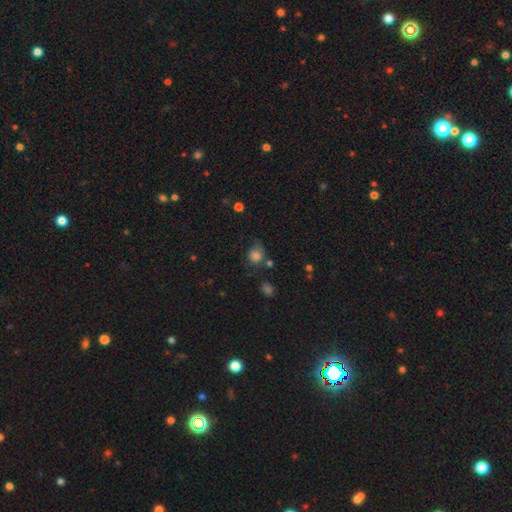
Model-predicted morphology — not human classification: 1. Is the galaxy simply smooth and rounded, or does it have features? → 74% smooth, 13% featured or disk, 13% star or artifact.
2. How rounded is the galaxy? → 68% round, 31% in between, 1% cigar-shaped.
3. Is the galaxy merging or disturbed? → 41% none, 30% minor disturbance, 23% major disturbance, 6% merger.